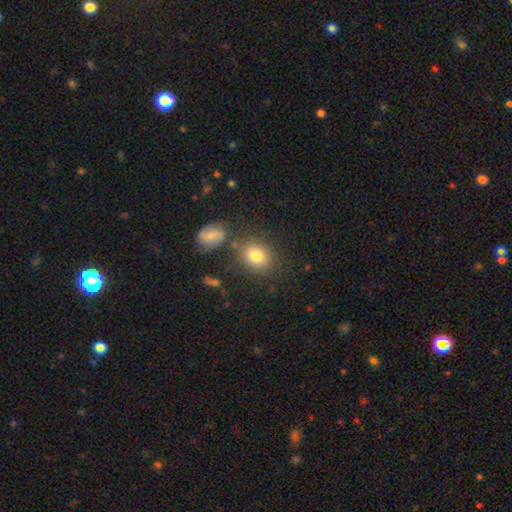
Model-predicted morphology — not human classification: smooth-or-featured: smooth: 80% | star or artifact: 10% | featured or disk: 9%
  how-rounded: round: 57% | in between: 42% | cigar-shaped: 1%
  merging: none: 75% | minor disturbance: 12% | merger: 9% | major disturbance: 4%